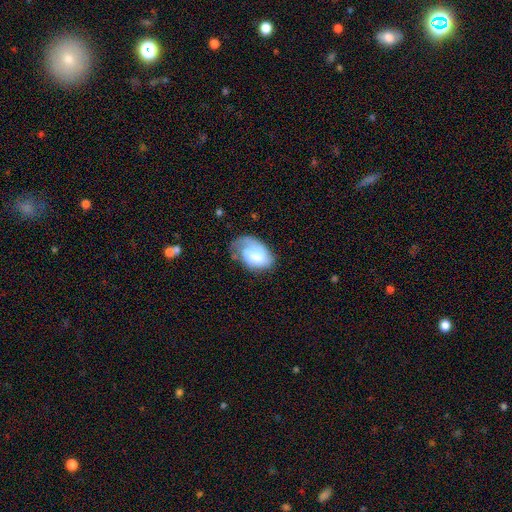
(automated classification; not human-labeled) Overall: smooth (55%; featured or disk 38%). How rounded: in between (85%). Merging: none (35%; minor disturbance 33%).